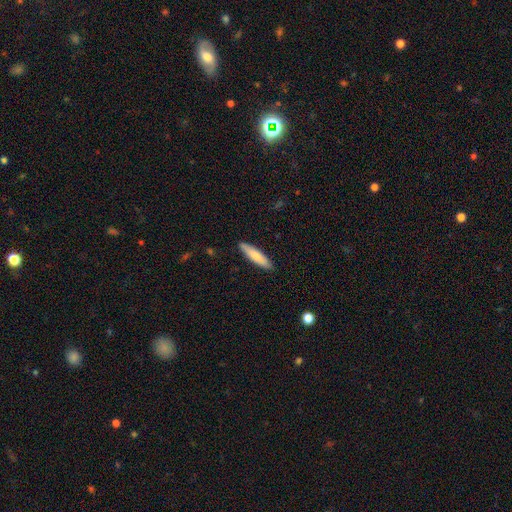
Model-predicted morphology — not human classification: This is likely a smooth galaxy (72%). How rounded: likely cigar-shaped (79%). Merging: clearly none (88%).